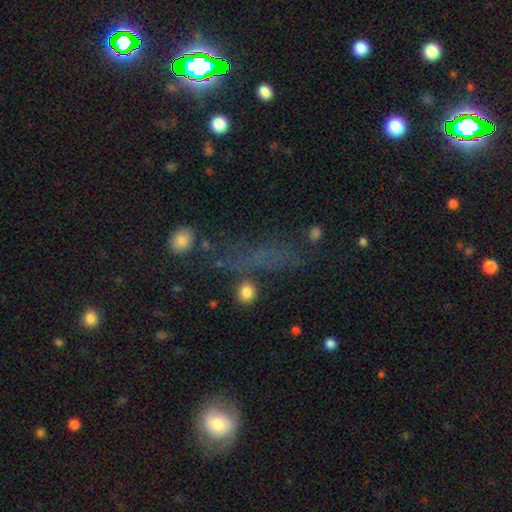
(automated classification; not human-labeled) star or artifact 42%, smooth 39%, featured or disk 18%.